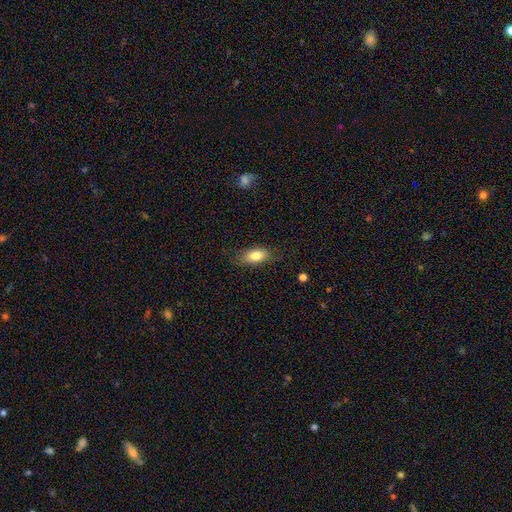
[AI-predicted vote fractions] smooth 79%, featured or disk 13%, star or artifact 8%. Down the decision tree: how rounded — in between (86%); merging — none (77%).